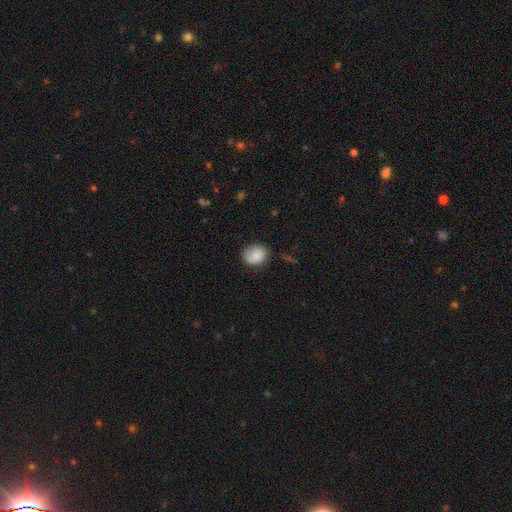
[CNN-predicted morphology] Q: Smooth or featured?
A: smooth (83%); runner-up: featured or disk (9%)
Q: How rounded?
A: round (62%); runner-up: in between (37%)
Q: Merging?
A: none (66%); runner-up: minor disturbance (25%)